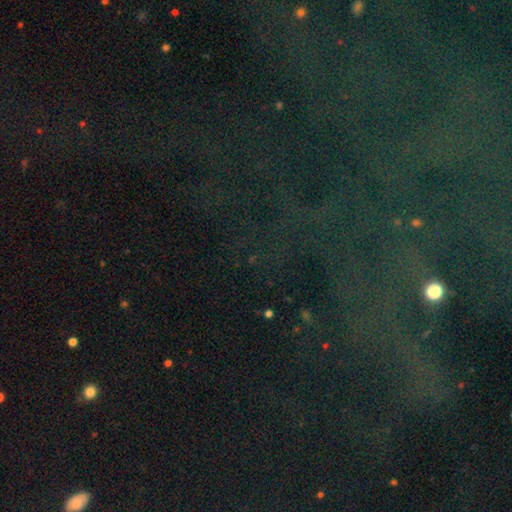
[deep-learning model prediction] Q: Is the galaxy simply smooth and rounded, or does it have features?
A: star or artifact — 78%.